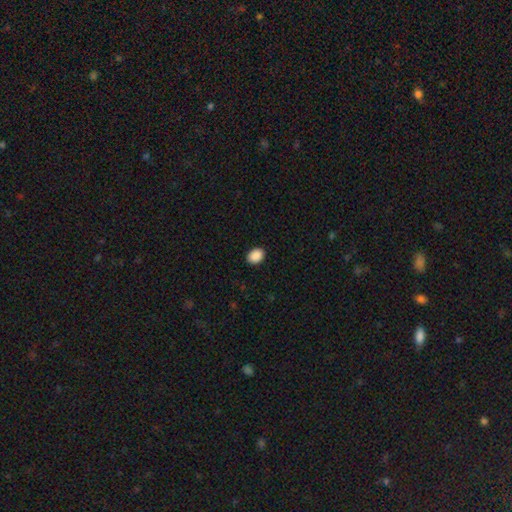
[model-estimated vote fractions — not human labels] Overall: smooth (90%). How rounded: in between (68%; round 31%). Merging: none (90%).